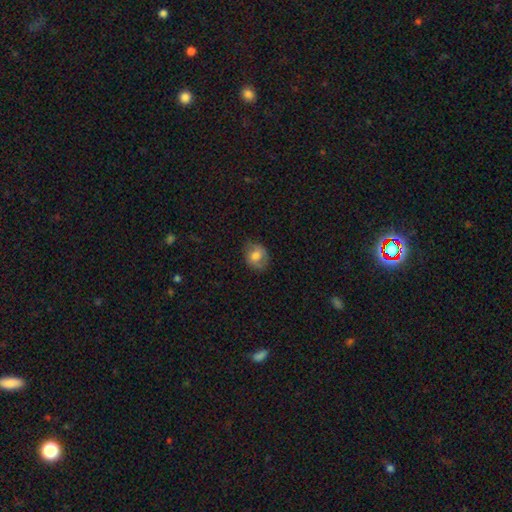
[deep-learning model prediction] A smooth galaxy with no disk features (71%) that is round (60%).

Vote fractions:
- Smooth or featured? smooth: 71% / featured or disk: 20% / star or artifact: 8%
- How rounded? round: 60% / in between: 39% / cigar-shaped: 1%
- Merging? none: 71% / minor disturbance: 22% / major disturbance: 6% / merger: 1%